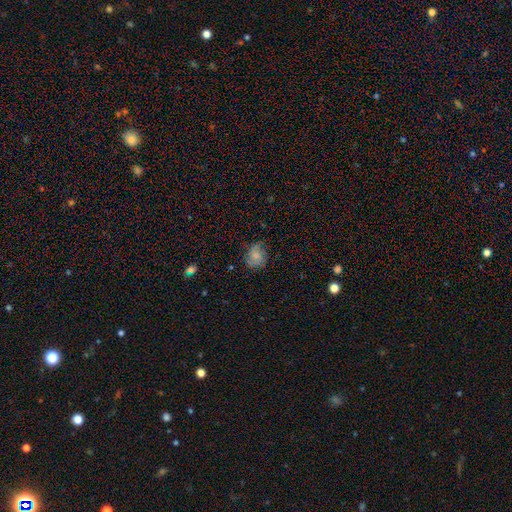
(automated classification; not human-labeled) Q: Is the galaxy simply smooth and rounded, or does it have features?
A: smooth — 66%.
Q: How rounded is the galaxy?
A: round — 66%.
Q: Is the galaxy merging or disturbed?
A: none — 69%.